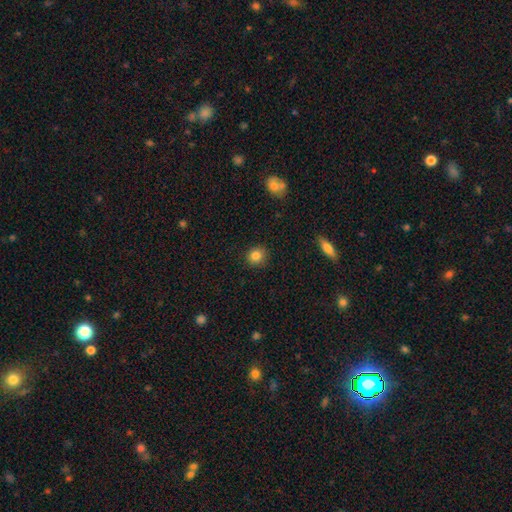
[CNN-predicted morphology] This is clearly a smooth galaxy (84%). How rounded: clearly round (88%). Merging: clearly none (89%).